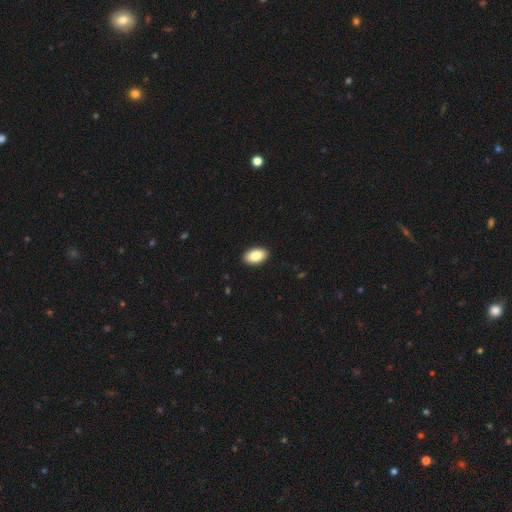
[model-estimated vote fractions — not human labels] smooth-or-featured: smooth: 87% | star or artifact: 7% | featured or disk: 6%
  how-rounded: in between: 94% | round: 5% | cigar-shaped: 1%
  merging: none: 91% | minor disturbance: 6% | major disturbance: 2% | merger: 1%